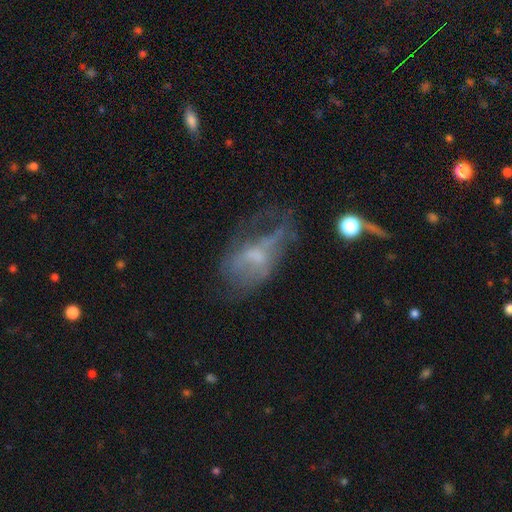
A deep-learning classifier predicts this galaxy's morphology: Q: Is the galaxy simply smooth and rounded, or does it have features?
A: featured or disk — 52%.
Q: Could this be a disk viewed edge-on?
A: no — 93%.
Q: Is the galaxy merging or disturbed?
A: major disturbance — 45%.